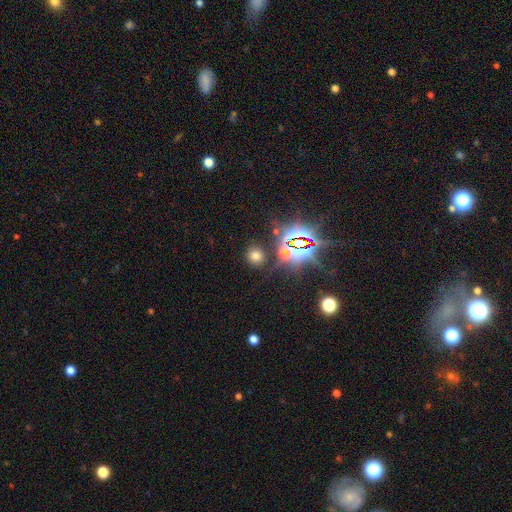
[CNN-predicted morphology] A smooth galaxy with no disk features (59%) that is round (86%).

Vote fractions:
- Smooth or featured? smooth: 59% / star or artifact: 33% / featured or disk: 8%
- How rounded? round: 86% / in between: 13% / cigar-shaped: 1%
- Merging? none: 84% / minor disturbance: 8% / merger: 5% / major disturbance: 4%